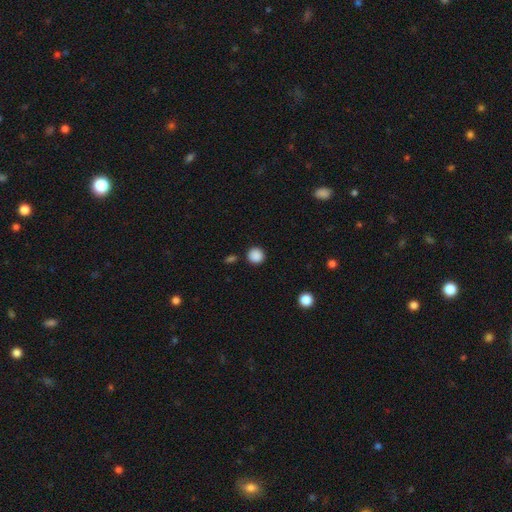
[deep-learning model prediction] smooth 87%, star or artifact 10%, featured or disk 3%. Down the decision tree: how rounded — round (93%); merging — none (89%).